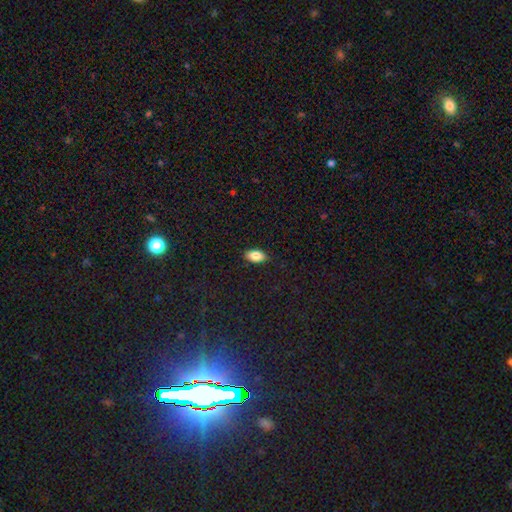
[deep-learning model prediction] smooth-or-featured: smooth: 85% | star or artifact: 8% | featured or disk: 7%
  how-rounded: in between: 92% | round: 4% | cigar-shaped: 3%
  merging: none: 88% | minor disturbance: 9% | major disturbance: 2% | merger: 1%